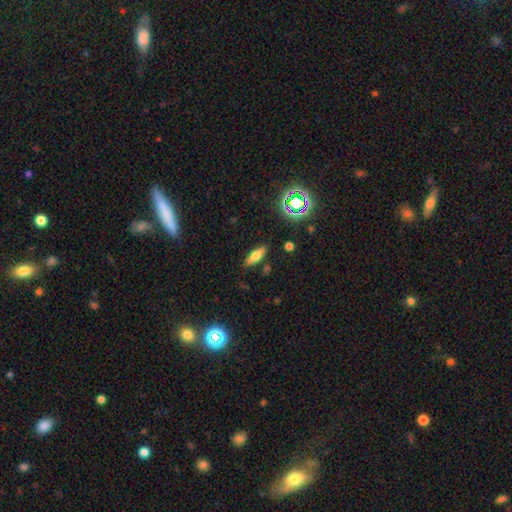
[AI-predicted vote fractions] Overall: smooth (60%; featured or disk 28%). How rounded: in between (58%; cigar-shaped 38%). Merging: none (84%).